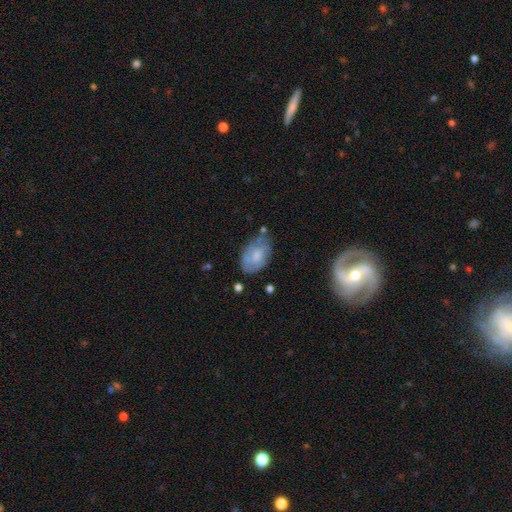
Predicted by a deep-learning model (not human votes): Smooth or featured?
  - smooth: 57% *
  - featured or disk: 36%
  - star or artifact: 7%
How rounded?
  - in between: 89% *
  - round: 10%
  - cigar-shaped: 2%
Merging?
  - none: 60% *
  - minor disturbance: 26%
  - major disturbance: 8%
  - merger: 5%